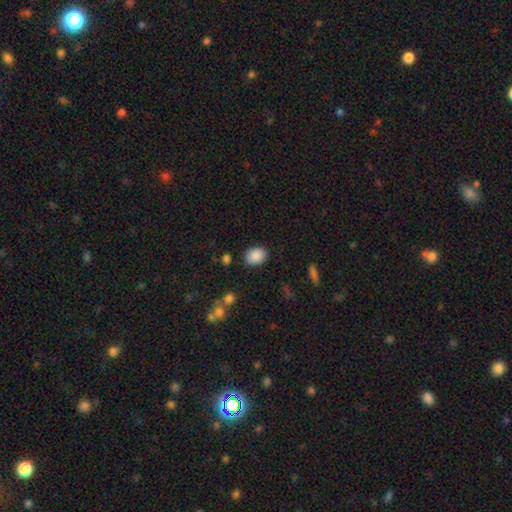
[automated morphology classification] Smooth or featured? smooth (88%)
How rounded? in between (58%)
Merging? none (85%)